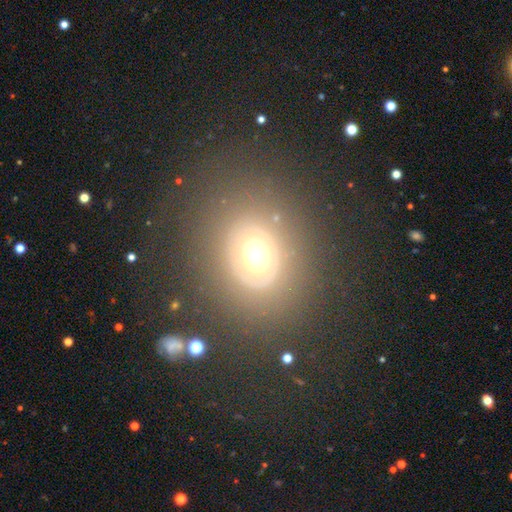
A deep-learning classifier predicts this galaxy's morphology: smooth_or_featured: smooth (p=0.49) [alt: featured or disk p=0.37]
merging: none (p=0.77) [alt: minor disturbance p=0.12]